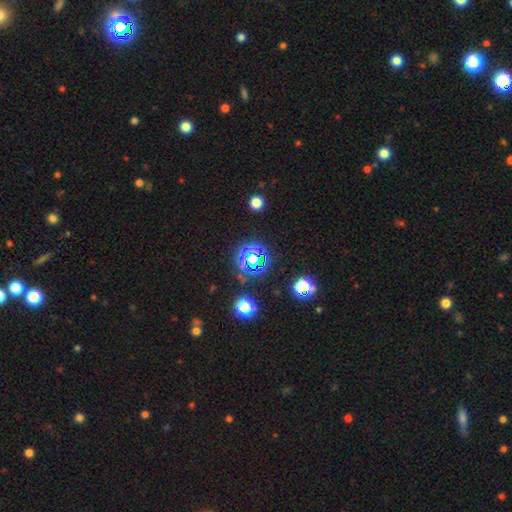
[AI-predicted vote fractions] Overall: star or artifact (71%).